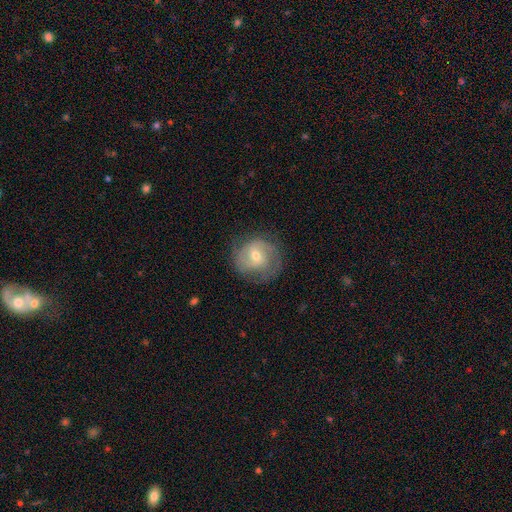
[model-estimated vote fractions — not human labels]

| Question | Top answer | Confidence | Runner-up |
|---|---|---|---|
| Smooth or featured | featured or disk | 61% | smooth (32%) |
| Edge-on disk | no | 97% | yes (3%) |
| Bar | no | 50% | weak (40%) |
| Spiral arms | yes | 82% | no (18%) |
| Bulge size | moderate | 55% | small (41%) |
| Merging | none | 68% | minor disturbance (20%) |